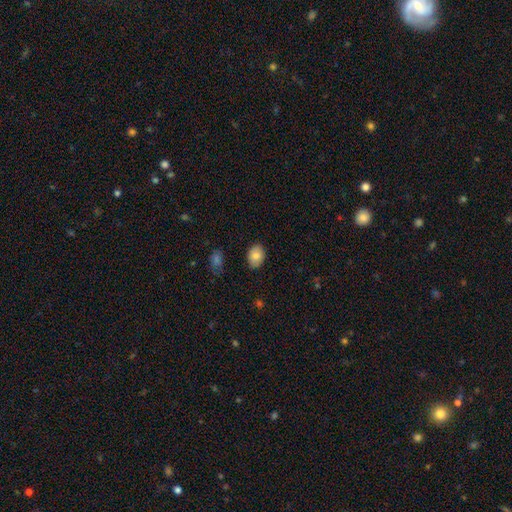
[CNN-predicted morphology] This appears to be a smooth galaxy with no disk features (83%) that is in between round and cigar-shaped (75%). Merging: none (85%).